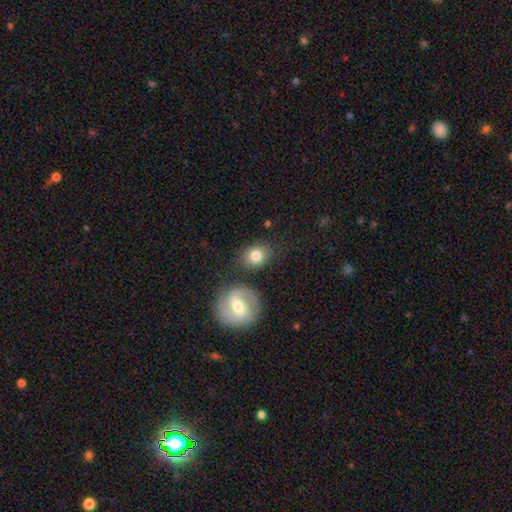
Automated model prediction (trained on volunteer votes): This appears to be a smooth galaxy with no disk features (78%) that is round (57%). Merging: none (76%).